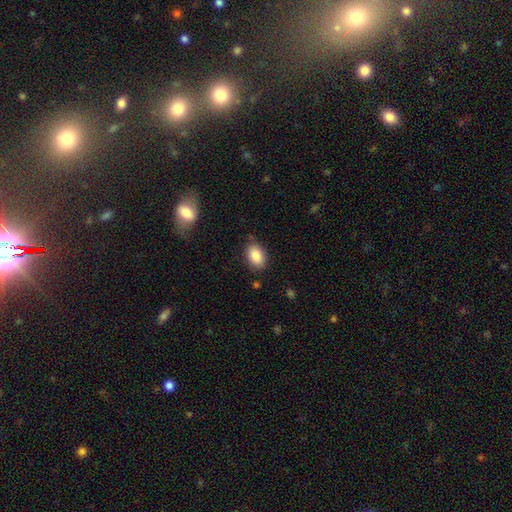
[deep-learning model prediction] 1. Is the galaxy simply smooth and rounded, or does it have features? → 87% smooth, 8% star or artifact, 6% featured or disk.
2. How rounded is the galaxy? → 88% in between, 11% round, 1% cigar-shaped.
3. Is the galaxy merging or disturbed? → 83% none, 12% minor disturbance, 3% major disturbance, 2% merger.